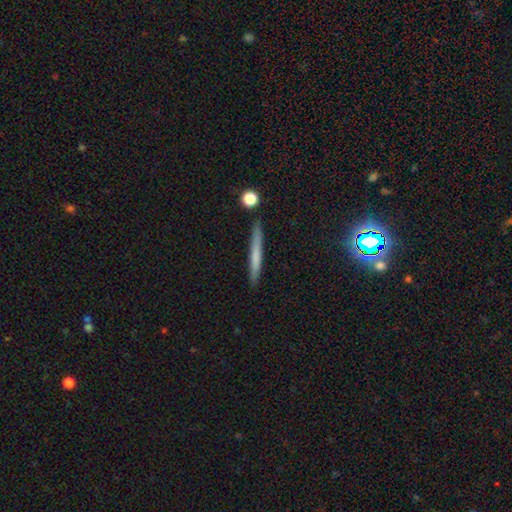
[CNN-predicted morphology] This is likely a smooth galaxy (63%). How rounded: clearly cigar-shaped (96%). Merging: clearly none (88%).